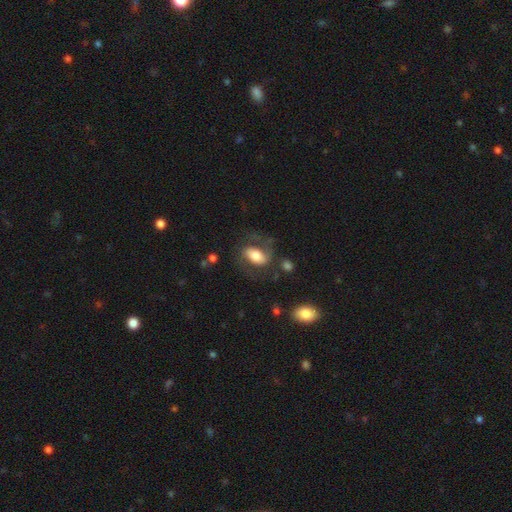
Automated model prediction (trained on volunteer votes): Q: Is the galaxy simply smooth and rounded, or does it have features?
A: smooth — 47%.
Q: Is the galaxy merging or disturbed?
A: none — 60%.